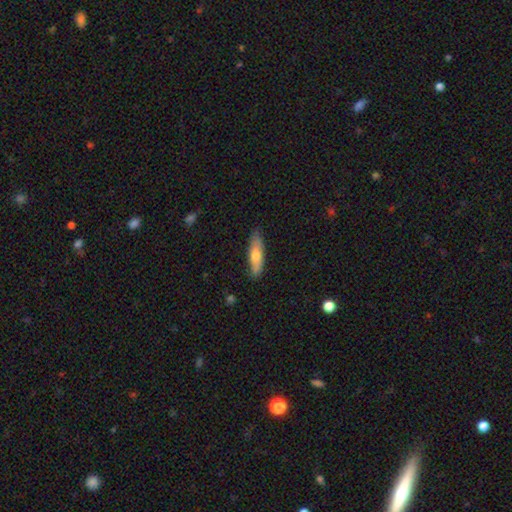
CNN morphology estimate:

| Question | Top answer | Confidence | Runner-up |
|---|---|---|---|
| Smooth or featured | smooth | 63% | featured or disk (31%) |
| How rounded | cigar-shaped | 71% | in between (27%) |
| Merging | none | 85% | minor disturbance (12%) |